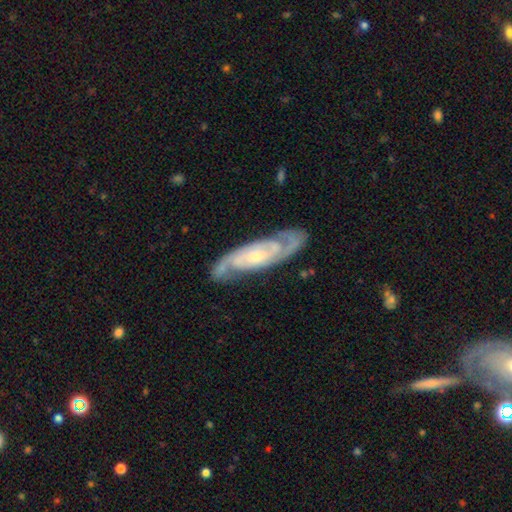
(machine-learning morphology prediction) Overall: featured or disk (89%). Edge-on disk: no (90%). Bar: no (53%; weak 34%). Spiral arms: yes (97%). Spiral arm count: 2 (86%). Spiral winding: tight (56%; medium 37%). Bulge size: small (51%; moderate 40%). Merging: none (80%).